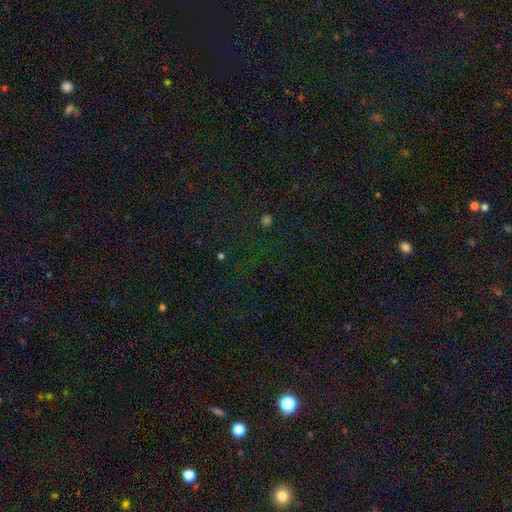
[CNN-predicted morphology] Smooth or featured: star or artifact — 78% (smooth — 15%)